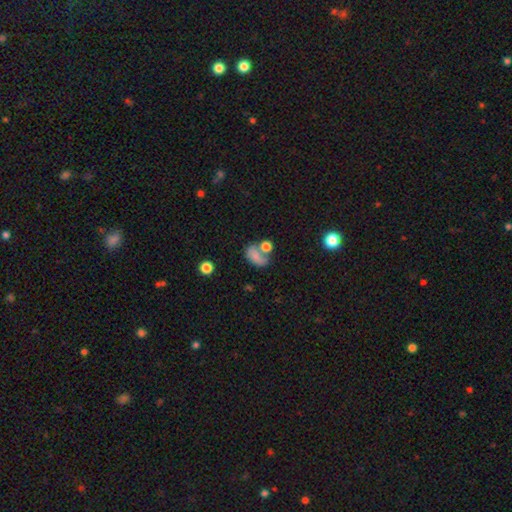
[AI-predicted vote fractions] smooth_or_featured: smooth (p=0.70) [alt: featured or disk p=0.17]
how_rounded: in between (p=0.78) [alt: round p=0.19]
merging: merger (p=0.35) [alt: none p=0.30]